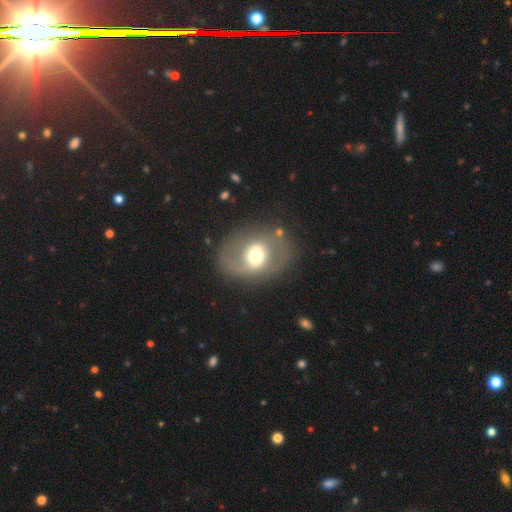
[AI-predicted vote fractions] featured or disk 52%, smooth 40%, star or artifact 8%. Down the decision tree: edge-on disk — no (94%); merging — none (78%).